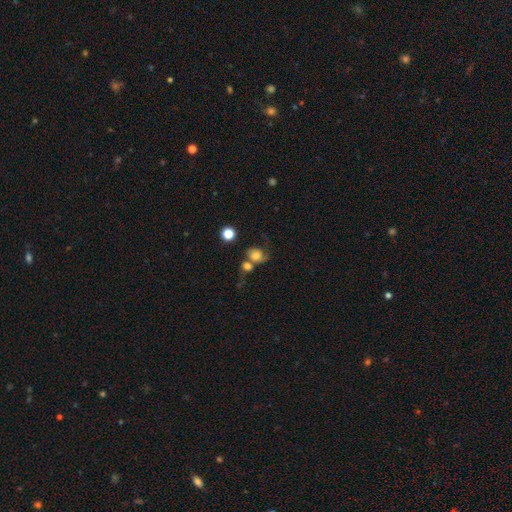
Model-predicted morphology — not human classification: This appears to be a smooth galaxy with no disk features (58%) that is round (59%). Merging: merger (36%).